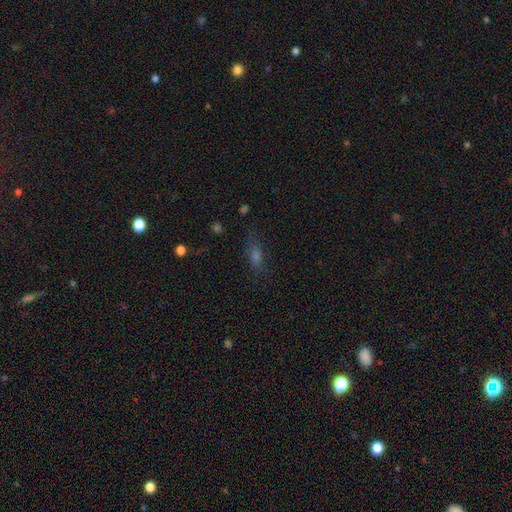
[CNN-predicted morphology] A smooth galaxy with no disk features (47%).

Vote fractions:
- Smooth or featured? smooth: 47% / star or artifact: 31% / featured or disk: 22%
- Merging? none: 75% / minor disturbance: 15% / major disturbance: 7% / merger: 2%